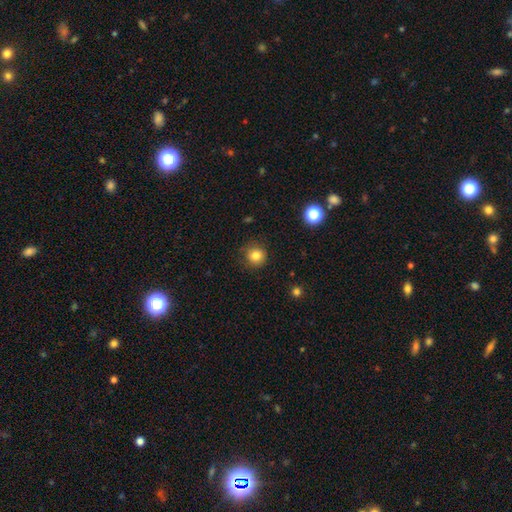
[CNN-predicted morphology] A smooth galaxy with no disk features (82%) that is round (93%).

Vote fractions:
- Smooth or featured? smooth: 82% / star or artifact: 12% / featured or disk: 6%
- How rounded? round: 93% / in between: 6% / cigar-shaped: 1%
- Merging? none: 87% / minor disturbance: 9% / major disturbance: 3% / merger: 1%